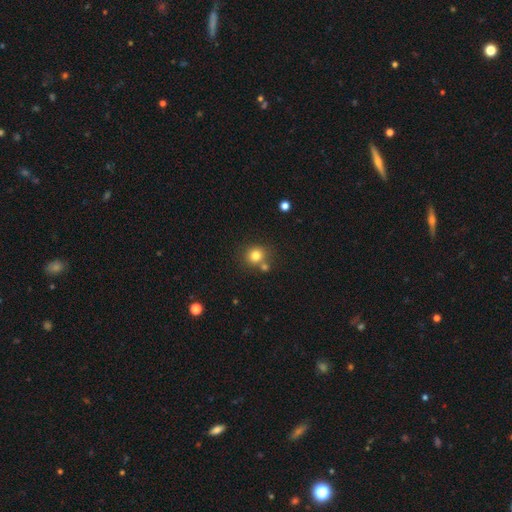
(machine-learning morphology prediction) type=smooth (80%); roundness=round (86%); merging=none (68%).